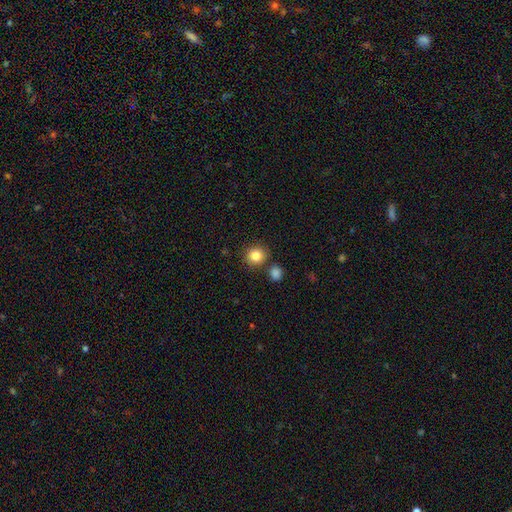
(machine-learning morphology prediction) smooth 85%, star or artifact 10%, featured or disk 5%. Down the decision tree: how rounded — round (88%); merging — none (81%).